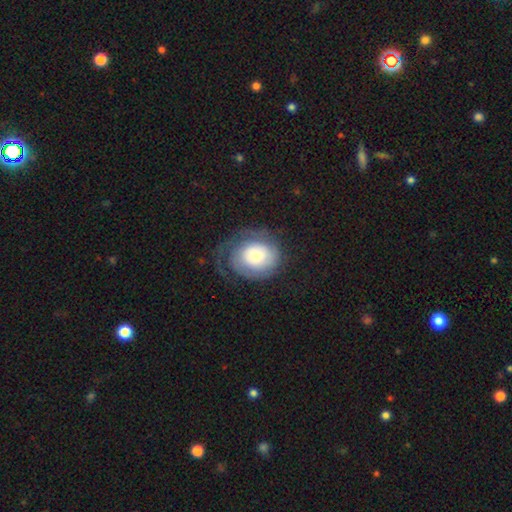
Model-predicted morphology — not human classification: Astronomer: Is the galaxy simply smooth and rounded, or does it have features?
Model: featured or disk — 59% (runner-up: smooth, 34%).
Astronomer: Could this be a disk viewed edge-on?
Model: no — 97%.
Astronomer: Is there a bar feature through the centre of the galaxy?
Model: no — 84%.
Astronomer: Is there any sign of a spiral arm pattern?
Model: yes — 81%.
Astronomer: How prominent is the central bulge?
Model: small — 39% (runner-up: moderate, 33%).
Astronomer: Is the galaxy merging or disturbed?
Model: none — 60%.